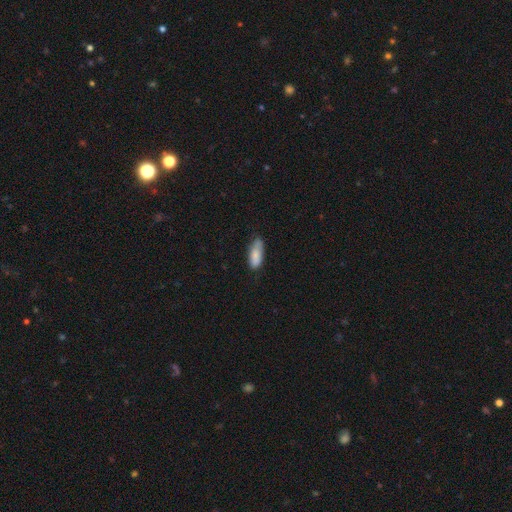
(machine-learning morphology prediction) Smooth or featured?
  - smooth: 84% *
  - featured or disk: 9%
  - star or artifact: 7%
How rounded?
  - in between: 74% *
  - cigar-shaped: 24%
  - round: 2%
Merging?
  - none: 65% *
  - minor disturbance: 28%
  - major disturbance: 5%
  - merger: 2%